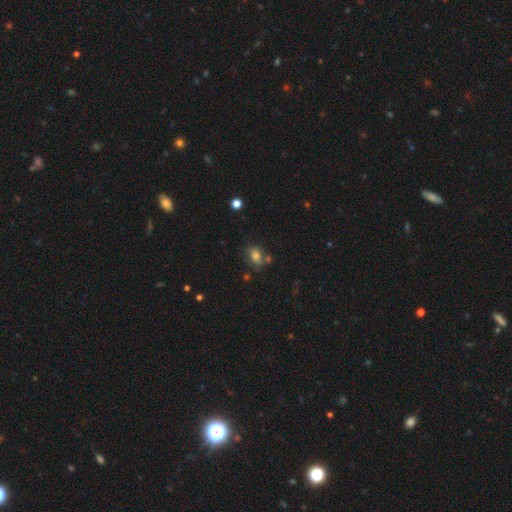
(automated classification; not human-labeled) Smooth or featured: smooth — 75% (star or artifact — 13%)
How rounded: in between — 75% (round — 22%)
Merging: none — 57% (minor disturbance — 21%)